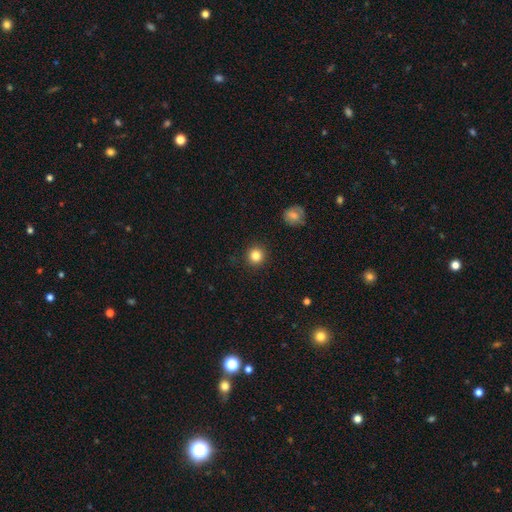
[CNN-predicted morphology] smooth-or-featured: smooth: 84% | star or artifact: 11% | featured or disk: 4%
  how-rounded: round: 94% | in between: 5% | cigar-shaped: 1%
  merging: none: 92% | minor disturbance: 5% | major disturbance: 2% | merger: 1%